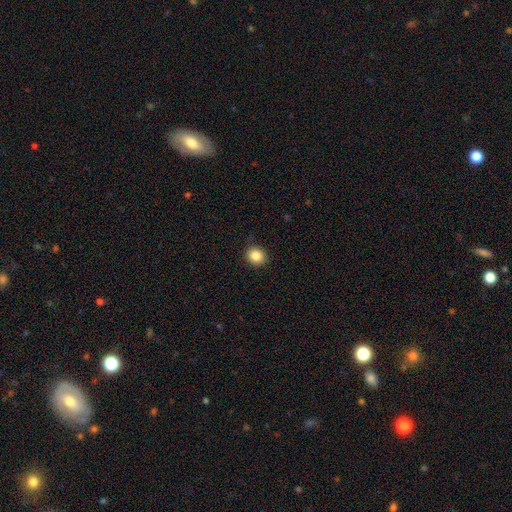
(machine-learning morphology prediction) This is clearly a smooth galaxy (86%). How rounded: clearly round (81%). Merging: clearly none (89%).